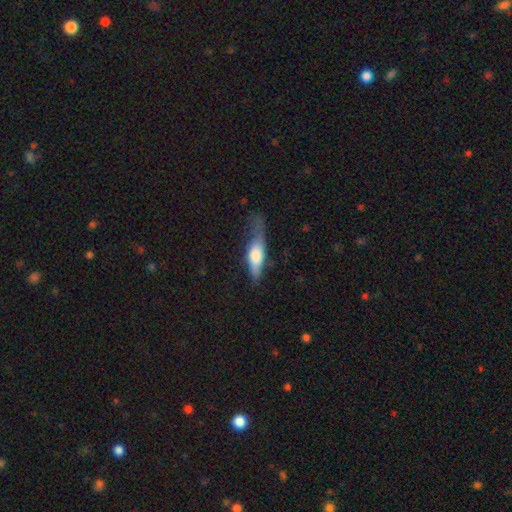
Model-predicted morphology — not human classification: Smooth or featured? smooth (63%)
How rounded? in between (50%)
Merging? minor disturbance (34%)